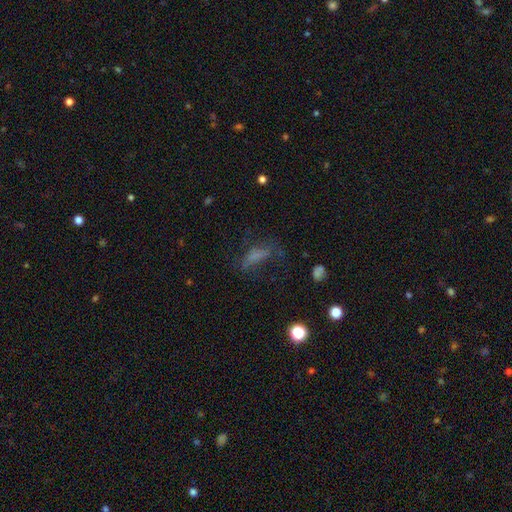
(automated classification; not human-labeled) Q: Smooth or featured?
A: smooth (56%); runner-up: featured or disk (24%)
Q: How rounded?
A: in between (51%); runner-up: cigar-shaped (44%)
Q: Merging?
A: none (46%); runner-up: major disturbance (29%)